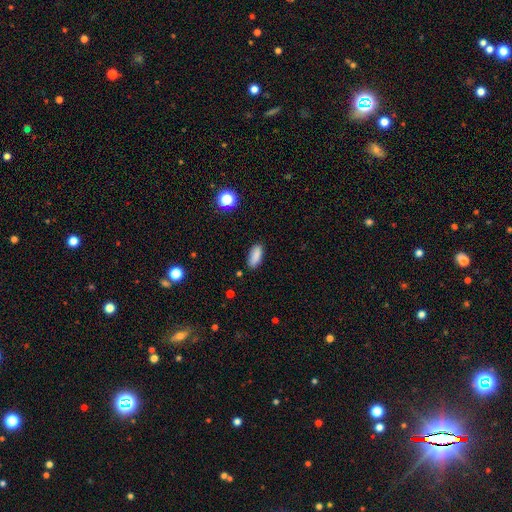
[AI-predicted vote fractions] This is clearly a smooth galaxy (86%). How rounded: likely in between (76%). Merging: clearly none (84%).